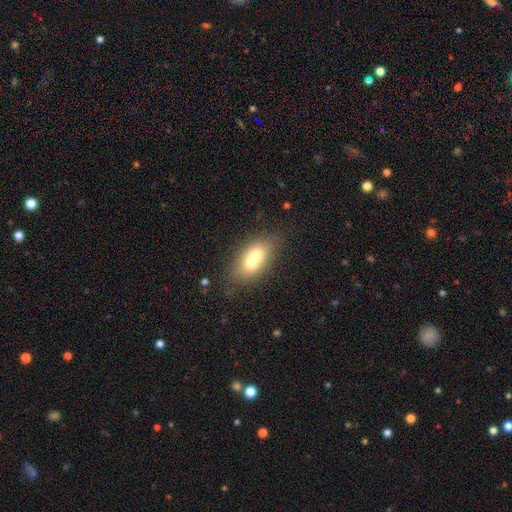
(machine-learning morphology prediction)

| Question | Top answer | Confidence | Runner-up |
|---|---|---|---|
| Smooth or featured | smooth | 63% | featured or disk (28%) |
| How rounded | in between | 77% | round (18%) |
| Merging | merger | 60% | none (29%) |